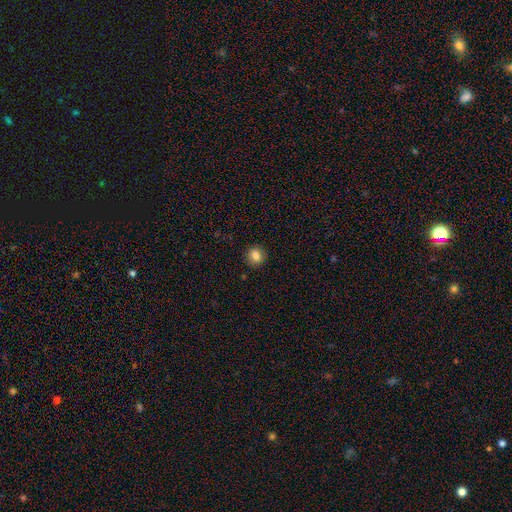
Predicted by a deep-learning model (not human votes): A smooth galaxy with no disk features (84%) that is round (89%).

Vote fractions:
- Smooth or featured? smooth: 84% / star or artifact: 10% / featured or disk: 6%
- How rounded? round: 89% / in between: 10% / cigar-shaped: 1%
- Merging? none: 91% / minor disturbance: 6% / major disturbance: 2% / merger: 1%